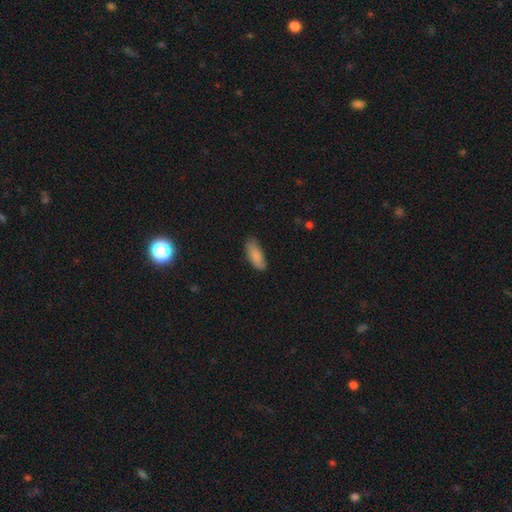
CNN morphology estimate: A smooth galaxy with no disk features (87%) that is in between round and cigar-shaped (77%). Merging: none (78%).